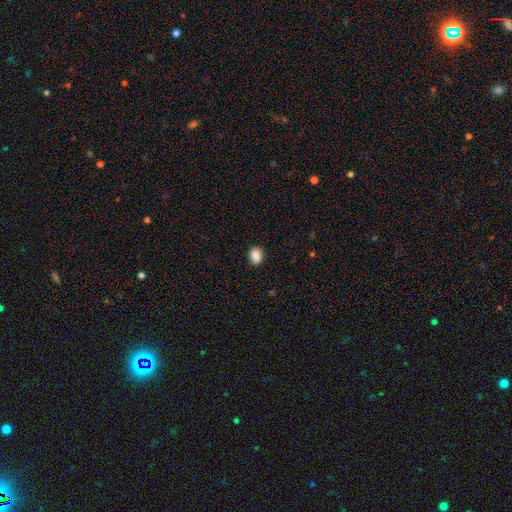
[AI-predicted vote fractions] Smooth or featured? smooth (88%)
How rounded? in between (56%)
Merging? none (86%)